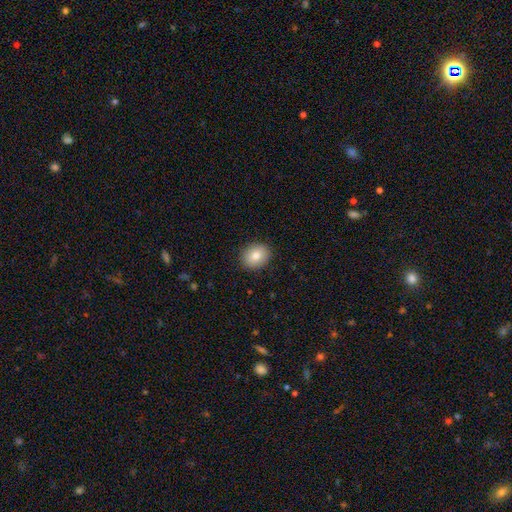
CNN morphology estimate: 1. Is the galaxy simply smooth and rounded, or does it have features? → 81% smooth, 11% featured or disk, 8% star or artifact.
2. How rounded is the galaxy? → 57% round, 42% in between, 1% cigar-shaped.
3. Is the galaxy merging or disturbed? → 90% none, 7% minor disturbance, 2% major disturbance, 1% merger.